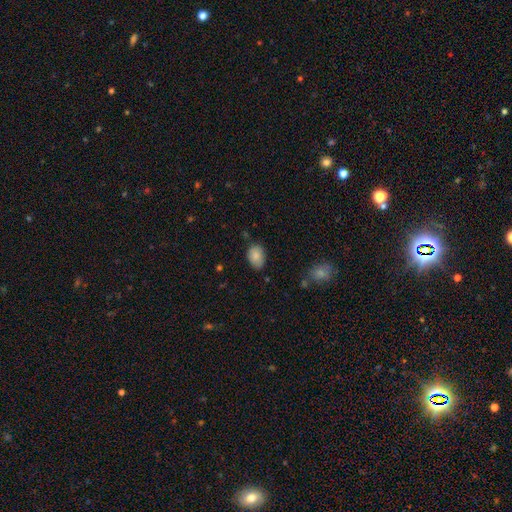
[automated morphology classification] A smooth galaxy with no disk features (86%) that is in between round and cigar-shaped (79%). Merging: none (76%).